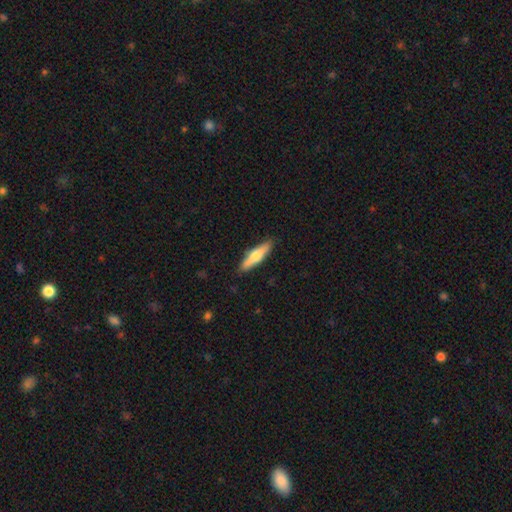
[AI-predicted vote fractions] Smooth or featured: smooth — 57% (featured or disk — 38%)
How rounded: cigar-shaped — 74% (in between — 24%)
Merging: none — 87% (minor disturbance — 10%)